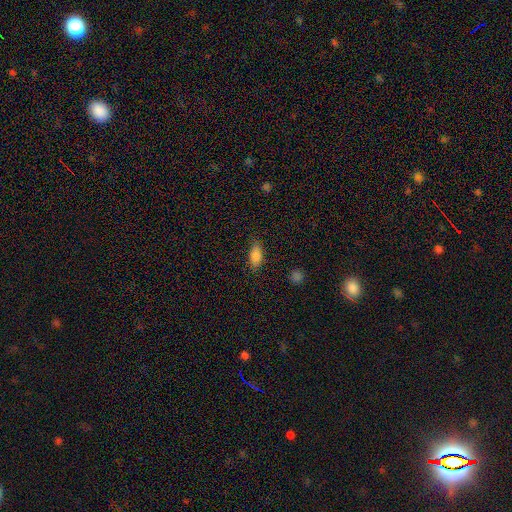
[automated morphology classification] The model was most divided on "merging": none: 79%, minor disturbance: 16%, major disturbance: 4%, merger: 1%. More confident: how rounded — in between (86%); smooth or featured — smooth (85%).